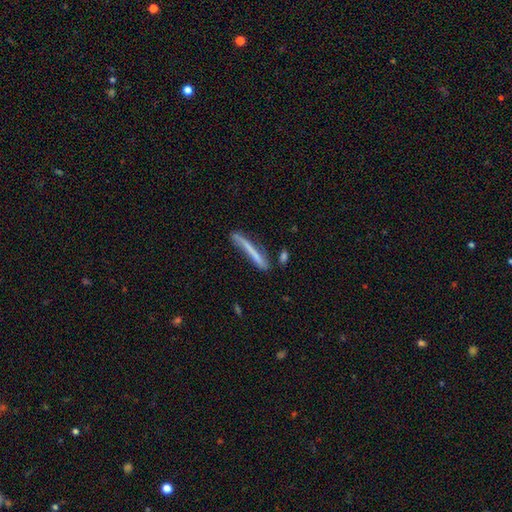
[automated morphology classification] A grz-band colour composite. It shows a smooth galaxy with no disk features (55%) that is cigar-shaped (95%). Merging: none (59%).